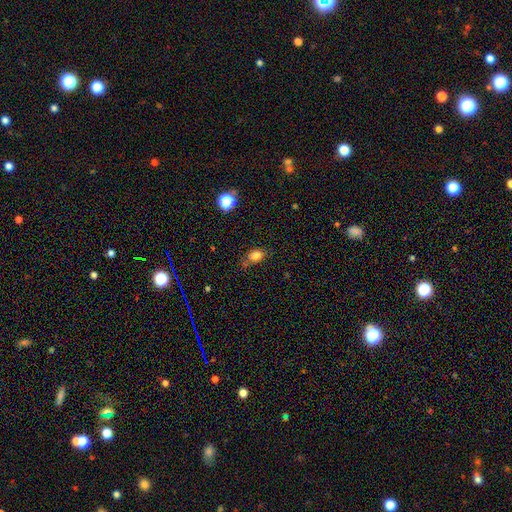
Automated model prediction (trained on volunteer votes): Morphology: type=smooth (82%); roundness=in between (72%); merging=none (67%).